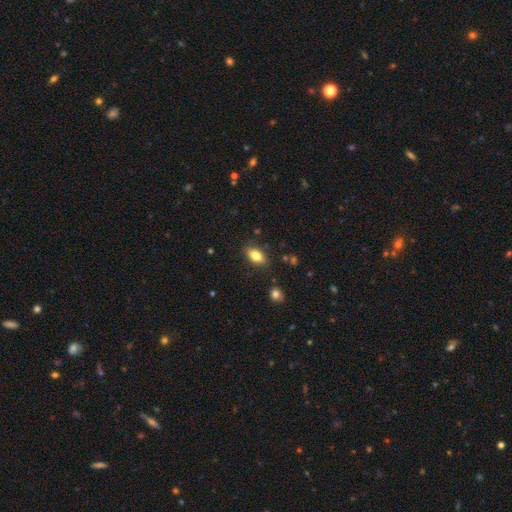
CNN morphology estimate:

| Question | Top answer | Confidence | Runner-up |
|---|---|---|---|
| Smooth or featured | smooth | 82% | featured or disk (10%) |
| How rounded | in between | 89% | round (7%) |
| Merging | none | 84% | minor disturbance (11%) |